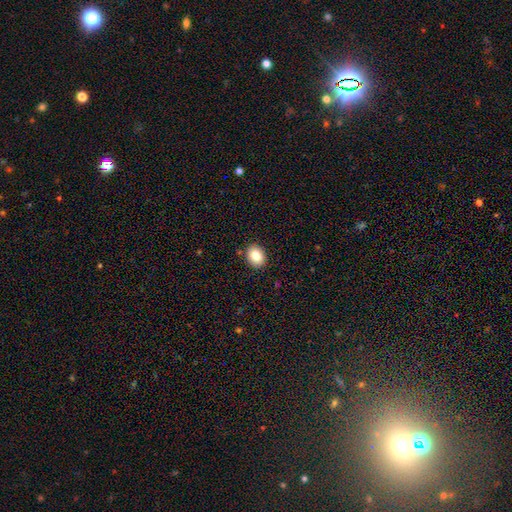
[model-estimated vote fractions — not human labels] This appears to be a smooth galaxy with no disk features (84%) that is in between round and cigar-shaped (50%). Merging: none (89%).